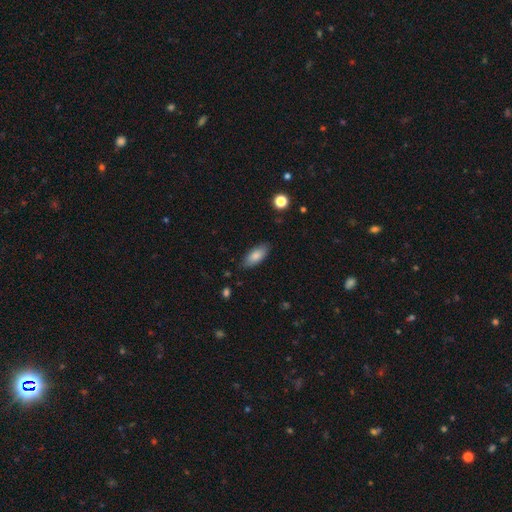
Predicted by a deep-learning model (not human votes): Morphology: type=smooth (83%); roundness=in between (84%); merging=none (84%).